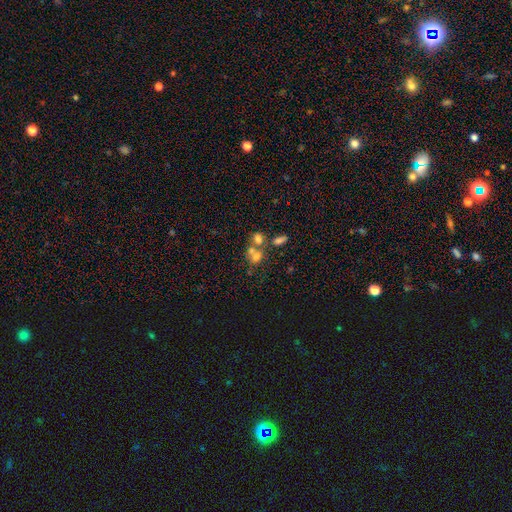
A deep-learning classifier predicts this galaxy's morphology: The model was most divided on "merging": merger: 51%, none: 35%, minor disturbance: 8%, major disturbance: 6%. More confident: smooth or featured — smooth (59%); how rounded — round (57%).